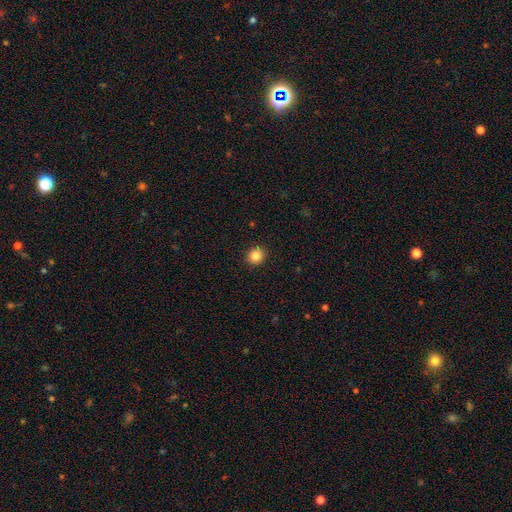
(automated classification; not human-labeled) Smooth or featured?
  - smooth: 85% *
  - star or artifact: 10%
  - featured or disk: 5%
How rounded?
  - round: 78% *
  - in between: 21%
  - cigar-shaped: 1%
Merging?
  - none: 92% *
  - minor disturbance: 6%
  - major disturbance: 2%
  - merger: 1%